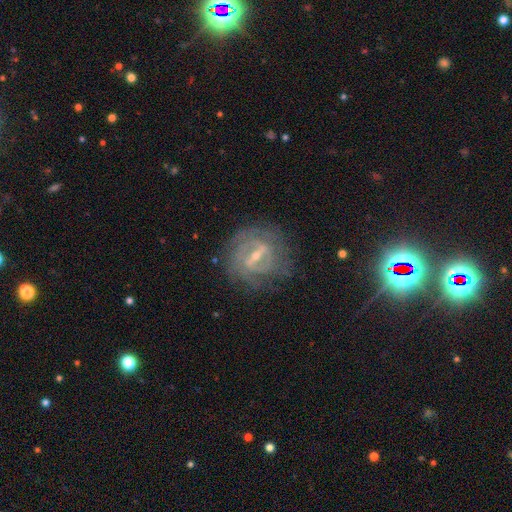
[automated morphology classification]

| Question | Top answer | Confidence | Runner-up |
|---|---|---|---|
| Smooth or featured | featured or disk | 85% | smooth (8%) |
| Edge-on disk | no | 94% | yes (6%) |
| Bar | strong | 54% | weak (37%) |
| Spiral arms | yes | 87% | no (13%) |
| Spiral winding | tight | 60% | medium (31%) |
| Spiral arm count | can't tell | 38% | 2 (33%) |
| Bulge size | small | 62% | moderate (34%) |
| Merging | none | 74% | minor disturbance (16%) |